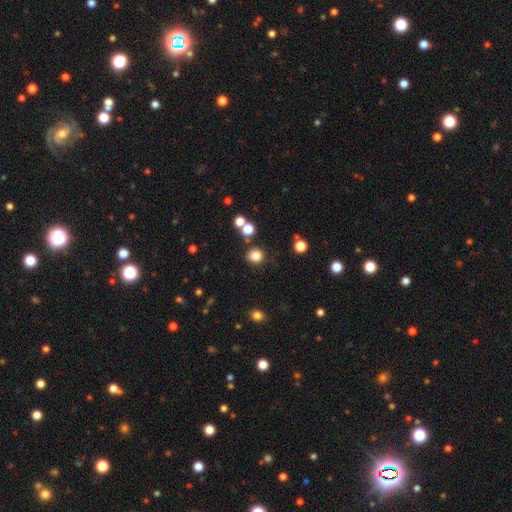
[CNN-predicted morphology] smooth 82%, star or artifact 14%, featured or disk 4%. Down the decision tree: how rounded — round (87%); merging — none (82%).